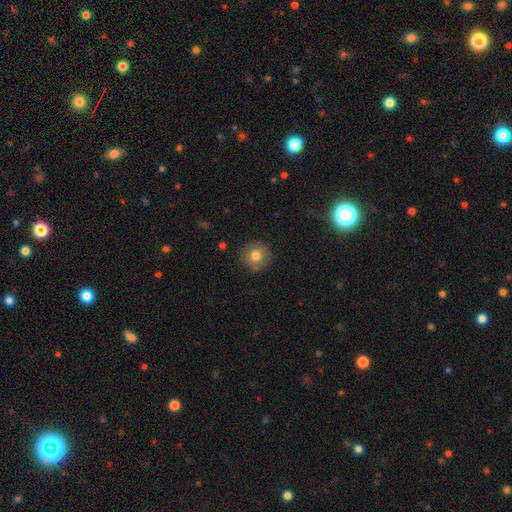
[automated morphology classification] Smooth or featured? smooth (77%)
How rounded? round (94%)
Merging? none (85%)